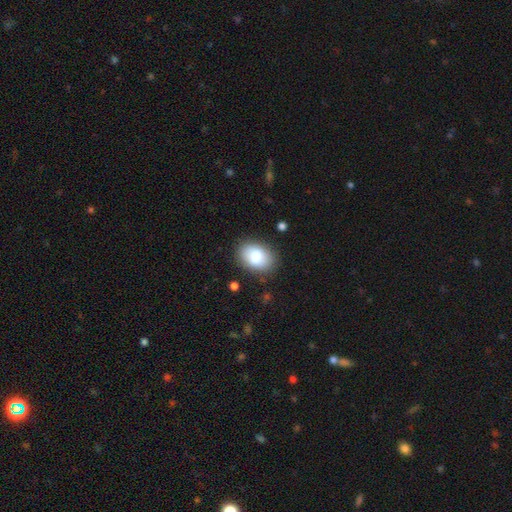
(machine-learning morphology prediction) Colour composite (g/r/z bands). It shows a smooth galaxy with no disk features (83%) that is in between round and cigar-shaped (81%). Merging: none (84%).